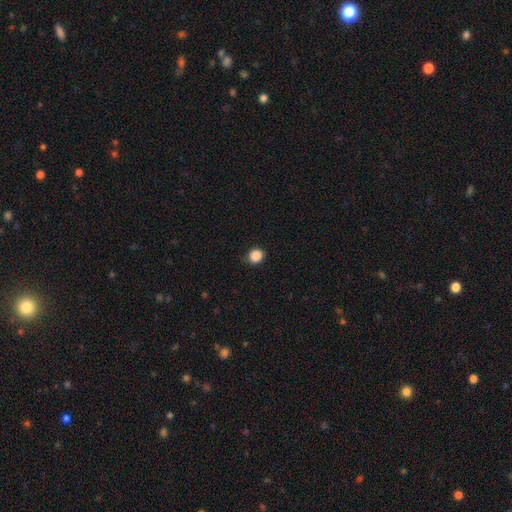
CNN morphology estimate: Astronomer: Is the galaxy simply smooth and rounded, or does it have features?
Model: smooth — 88%.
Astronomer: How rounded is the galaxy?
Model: round — 84%.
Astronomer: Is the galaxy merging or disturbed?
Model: none — 88%.